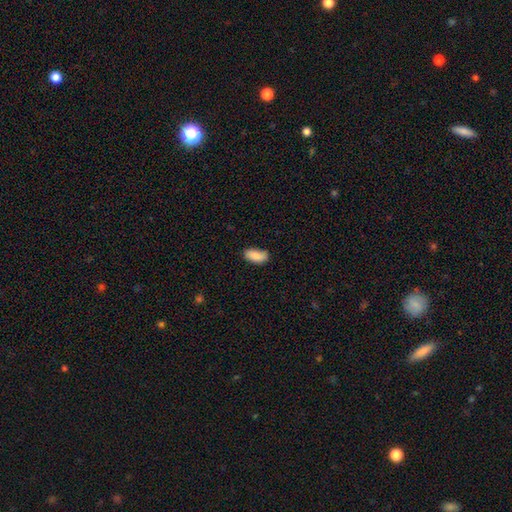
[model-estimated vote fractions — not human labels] Smooth or featured: smooth — 87% (star or artifact — 7%)
How rounded: in between — 91% (cigar-shaped — 6%)
Merging: none — 69% (minor disturbance — 24%)